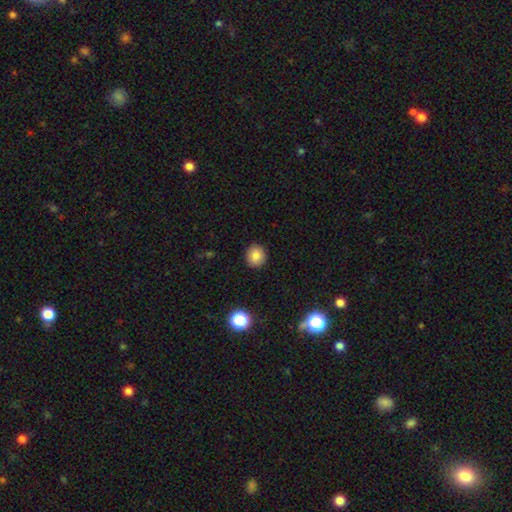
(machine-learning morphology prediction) This is clearly a smooth galaxy (83%). How rounded: clearly round (88%). Merging: clearly none (91%).